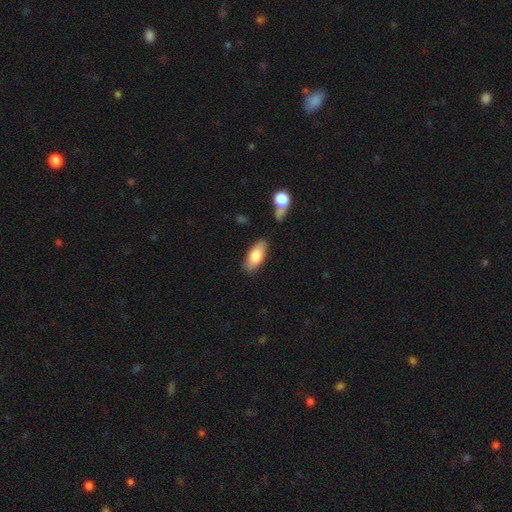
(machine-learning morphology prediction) Overall: smooth (79%). How rounded: in between (83%). Merging: none (80%).